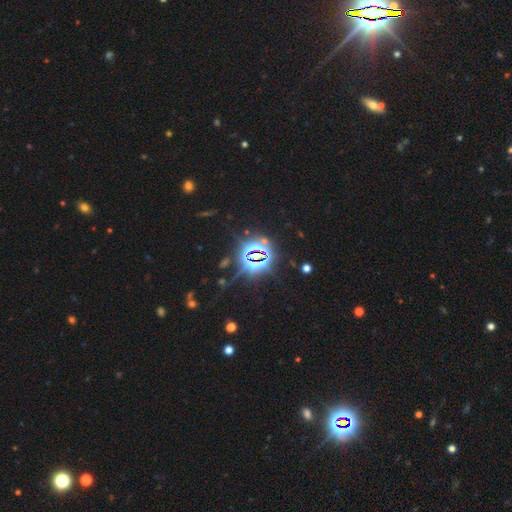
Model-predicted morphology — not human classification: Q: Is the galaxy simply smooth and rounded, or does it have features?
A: star or artifact — 81%.